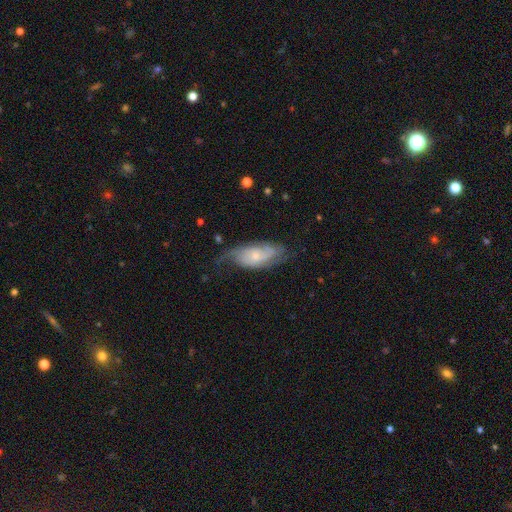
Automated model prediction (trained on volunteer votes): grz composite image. It shows a featured or disk galaxy (70%) with no bar (69%), 2 (51%) medium (41%) spiral arms (90%) and a small central bulge (65%). Merging: none (54%).